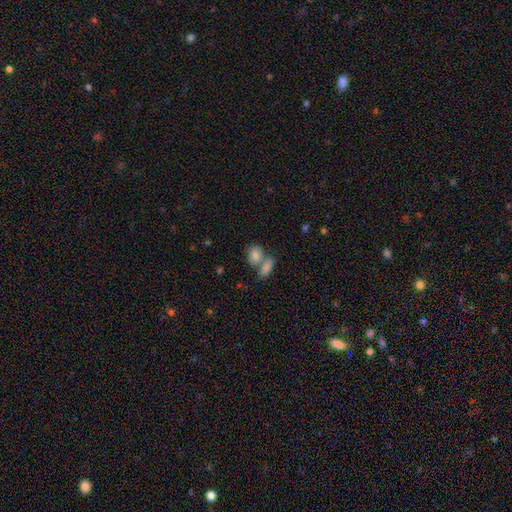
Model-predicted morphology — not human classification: smooth-or-featured: smooth: 79% | featured or disk: 11% | star or artifact: 10%
  how-rounded: in between: 75% | round: 21% | cigar-shaped: 4%
  merging: merger: 50% | none: 37% | minor disturbance: 9% | major disturbance: 4%